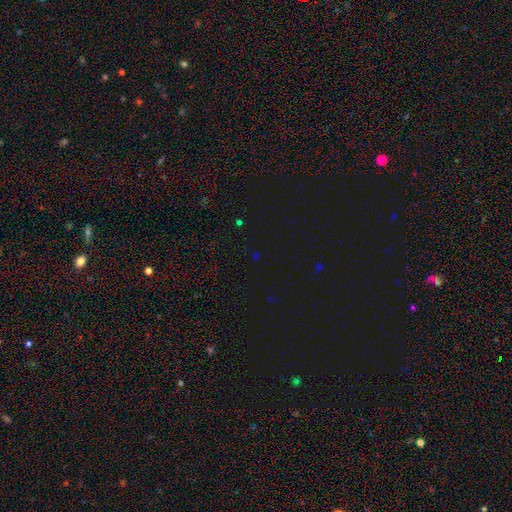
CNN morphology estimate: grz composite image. It shows a star or artifact, not a galaxy (70%).